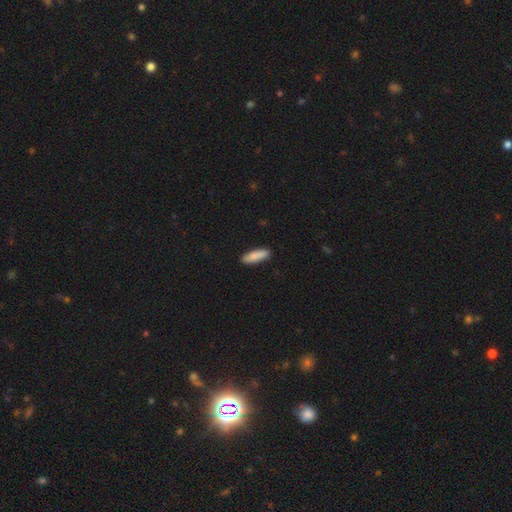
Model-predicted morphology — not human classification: This appears to be a smooth galaxy with no disk features (84%) that is cigar-shaped (58%). Merging: none (88%).